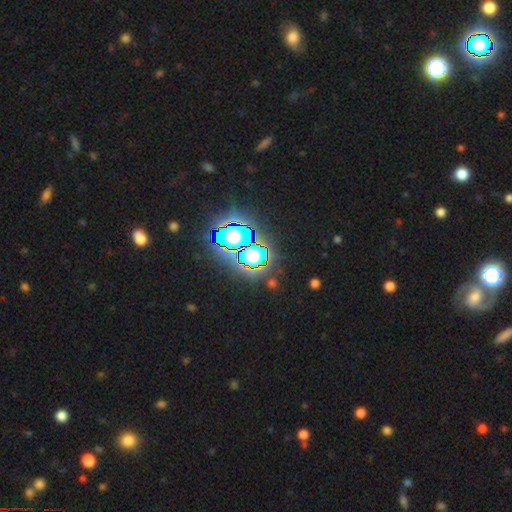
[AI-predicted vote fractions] Overall: star or artifact (74%).